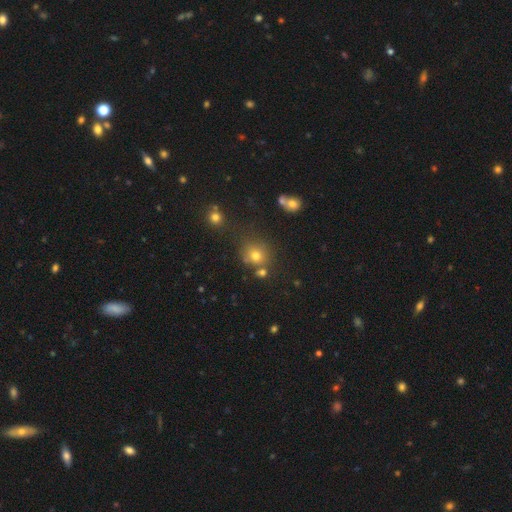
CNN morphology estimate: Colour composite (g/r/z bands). It shows a smooth galaxy with no disk features (72%) that is round (84%). Merging: none (69%).